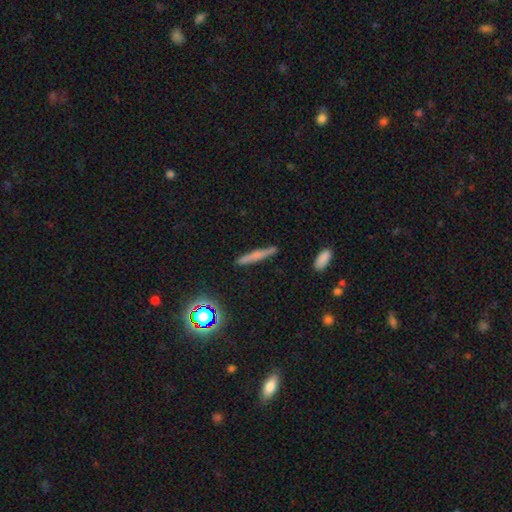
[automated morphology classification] Smooth or featured? smooth (53%)
How rounded? cigar-shaped (91%)
Merging? none (87%)